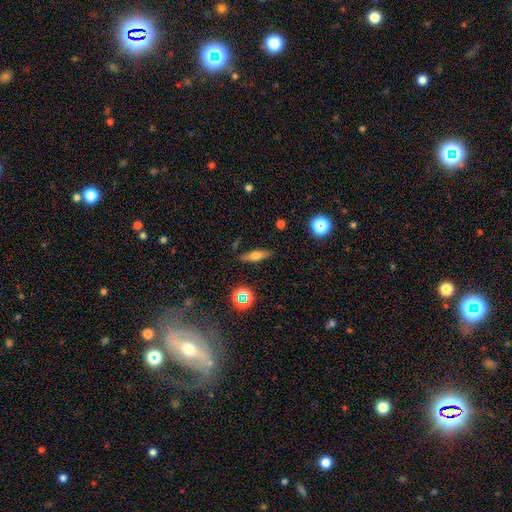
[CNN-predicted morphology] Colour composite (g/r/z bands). It shows a smooth galaxy with no disk features (52%) that is cigar-shaped (62%). Merging: none (86%).